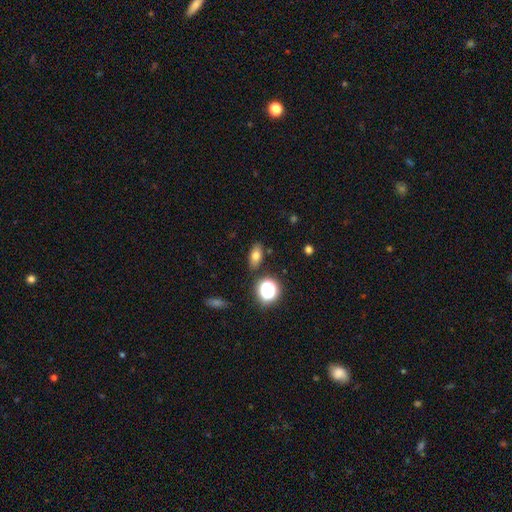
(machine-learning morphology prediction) A smooth galaxy with no disk features (72%) that is in between round and cigar-shaped (81%). Merging: none (84%).